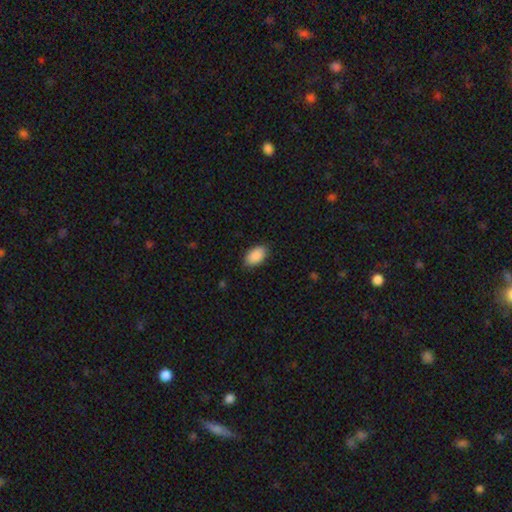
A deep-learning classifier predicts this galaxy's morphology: smooth_or_featured: smooth (p=0.90) [alt: star or artifact p=0.07]
how_rounded: in between (p=0.93) [alt: round p=0.05]
merging: none (p=0.85) [alt: minor disturbance p=0.12]